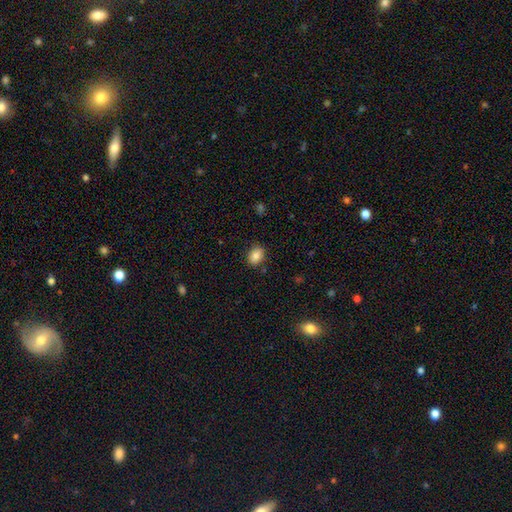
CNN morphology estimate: A smooth galaxy with no disk features (85%) that is in between round and cigar-shaped (62%).

Vote fractions:
- Smooth or featured? smooth: 85% / star or artifact: 9% / featured or disk: 6%
- How rounded? in between: 62% / round: 37% / cigar-shaped: 1%
- Merging? none: 87% / minor disturbance: 10% / major disturbance: 2% / merger: 2%